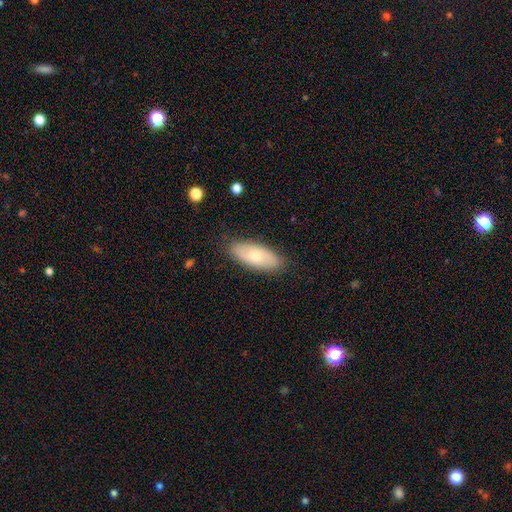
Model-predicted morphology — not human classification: This appears to be a smooth galaxy with no disk features (67%) that is in between round and cigar-shaped (84%). Merging: none (85%).